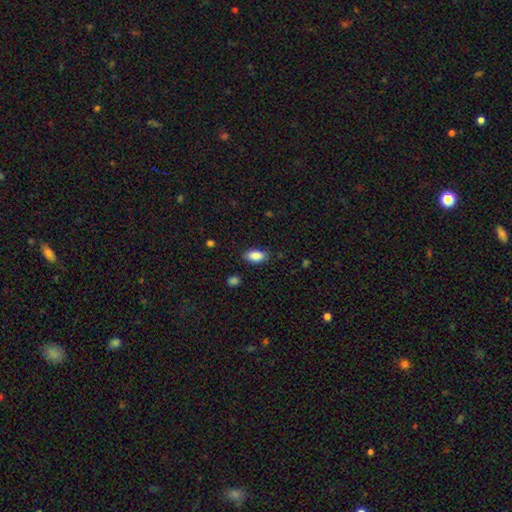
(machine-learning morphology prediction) This appears to be a smooth galaxy with no disk features (88%) that is in between round and cigar-shaped (92%). Merging: none (83%).